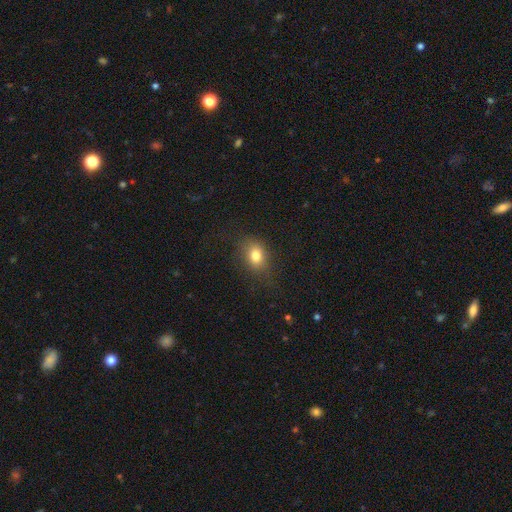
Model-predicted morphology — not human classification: The model was most divided on "how rounded": in between: 55%, round: 44%, cigar-shaped: 1%. More confident: merging — none (78%); smooth or featured — smooth (78%).